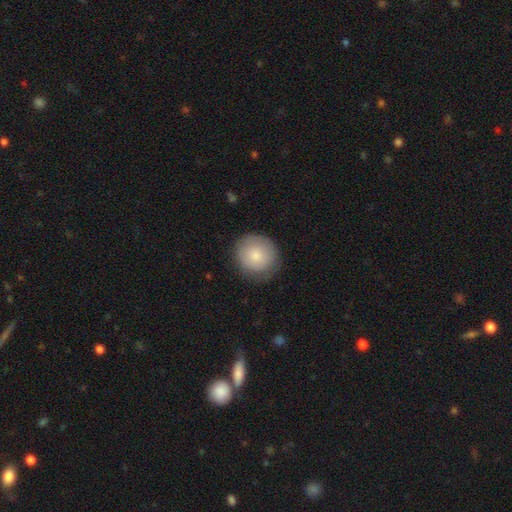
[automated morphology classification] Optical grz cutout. It shows a smooth galaxy with no disk features (81%) that is round (90%). Merging: none (82%).